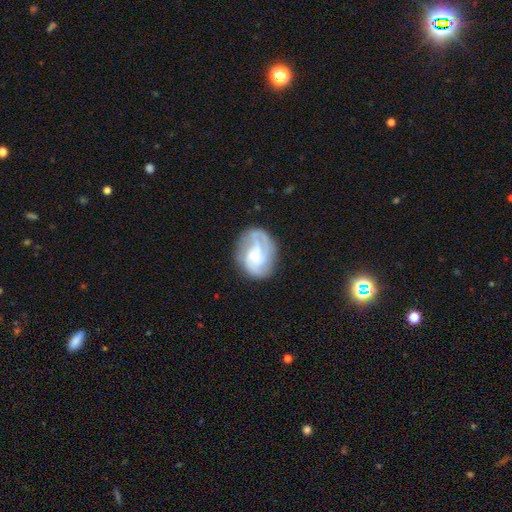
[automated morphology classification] smooth_or_featured: featured or disk (p=0.79) [alt: smooth p=0.15]
disk_edge_on: no (p=0.98) [alt: yes p=0.02]
bar: no (p=0.48) [alt: weak p=0.43]
has_spiral_arms: yes (p=0.94) [alt: no p=0.06]
spiral_winding: medium (p=0.43) [alt: tight p=0.39]
spiral_arm_count: 2 (p=0.36) [alt: 3 p=0.27]
bulge_size: small (p=0.53) [alt: moderate p=0.36]
merging: none (p=0.65) [alt: minor disturbance p=0.20]